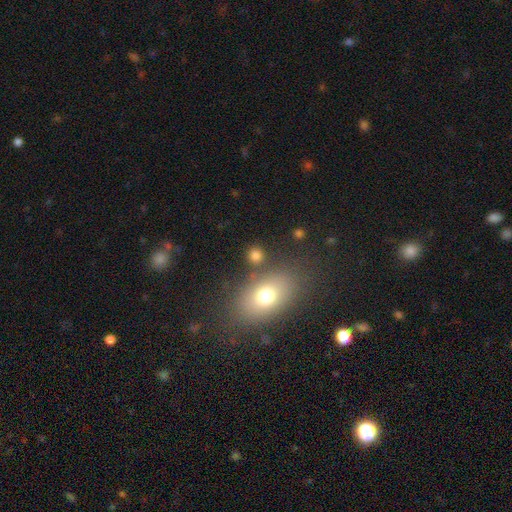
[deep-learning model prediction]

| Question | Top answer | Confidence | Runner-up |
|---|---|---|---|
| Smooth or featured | smooth | 78% | star or artifact (14%) |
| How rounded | round | 76% | in between (22%) |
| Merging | none | 78% | merger (10%) |